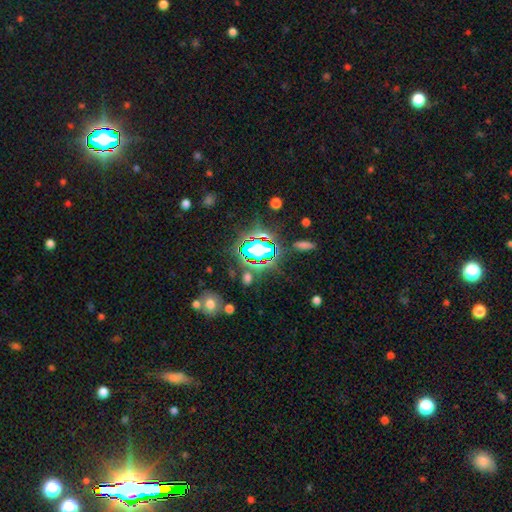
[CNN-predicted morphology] A star or artifact, not a galaxy (80%).

Vote fractions:
- Smooth or featured? star or artifact: 80% / smooth: 12% / featured or disk: 8%